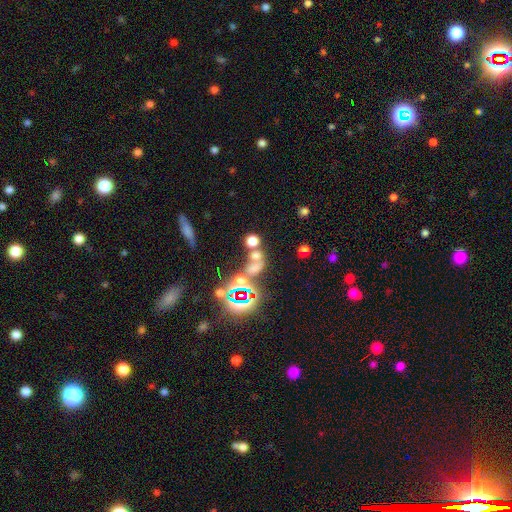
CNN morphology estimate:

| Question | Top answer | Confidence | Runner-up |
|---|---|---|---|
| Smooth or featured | smooth | 46% | star or artifact (39%) |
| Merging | merger | 45% | none (36%) |